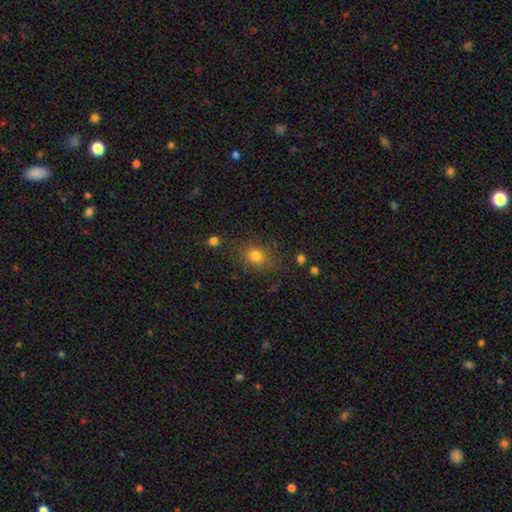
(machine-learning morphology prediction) Smooth or featured? smooth (78%)
How rounded? round (52%)
Merging? none (78%)